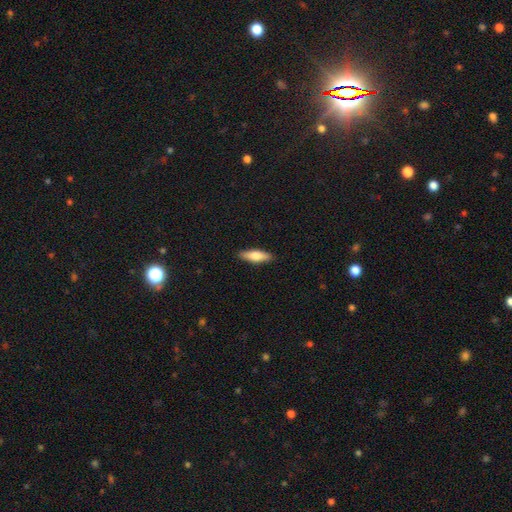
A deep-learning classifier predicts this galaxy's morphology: type=smooth (72%); roundness=cigar-shaped (55%); merging=none (89%).